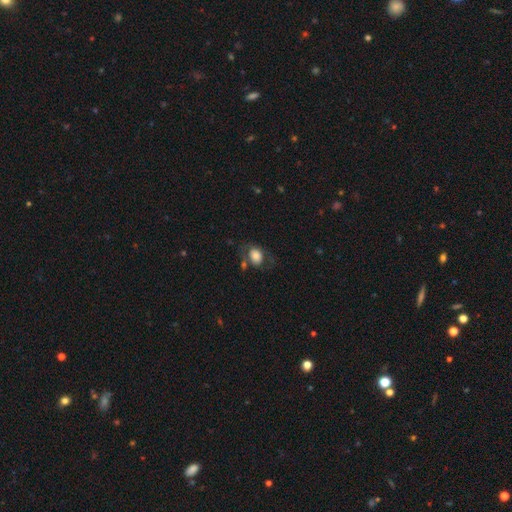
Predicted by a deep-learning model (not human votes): This appears to be a smooth galaxy with no disk features (70%) that is in between round and cigar-shaped (66%). Merging: none (54%).